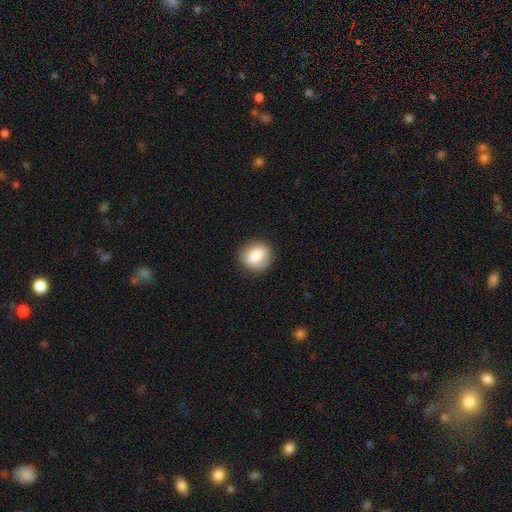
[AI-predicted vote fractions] Smooth or featured: smooth — 74% (featured or disk — 18%)
How rounded: round — 74% (in between — 24%)
Merging: none — 84% (minor disturbance — 11%)